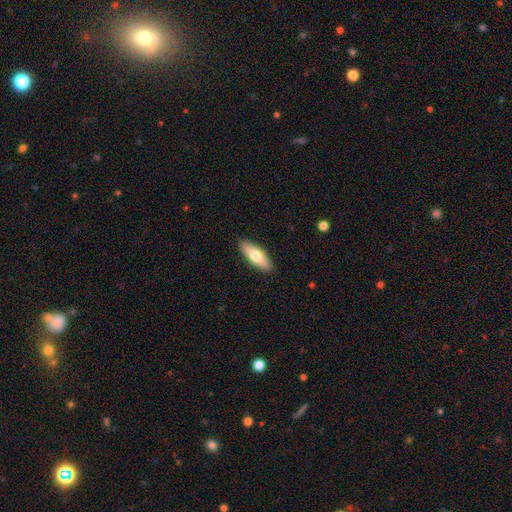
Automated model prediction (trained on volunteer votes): This appears to be a smooth galaxy with no disk features (64%) that is in between round and cigar-shaped (60%). Merging: none (89%).